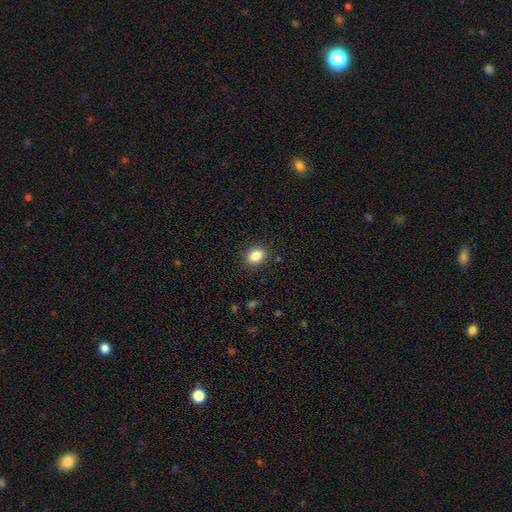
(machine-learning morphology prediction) smooth_or_featured: smooth (p=0.86) [alt: star or artifact p=0.09]
how_rounded: in between (p=0.61) [alt: round p=0.38]
merging: none (p=0.87) [alt: minor disturbance p=0.09]